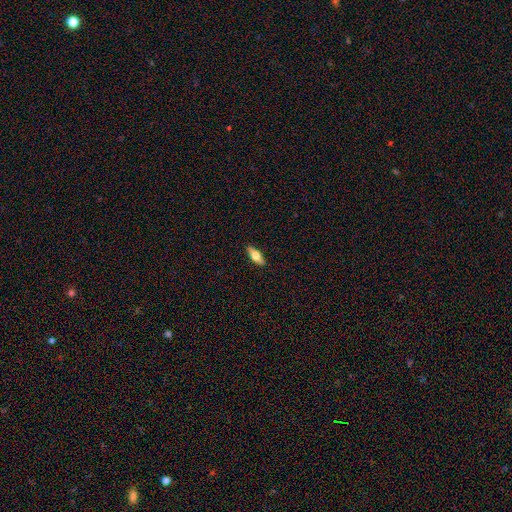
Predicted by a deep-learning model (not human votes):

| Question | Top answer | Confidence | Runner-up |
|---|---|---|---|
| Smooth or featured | smooth | 58% | featured or disk (36%) |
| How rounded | in between | 69% | cigar-shaped (28%) |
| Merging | none | 89% | minor disturbance (8%) |